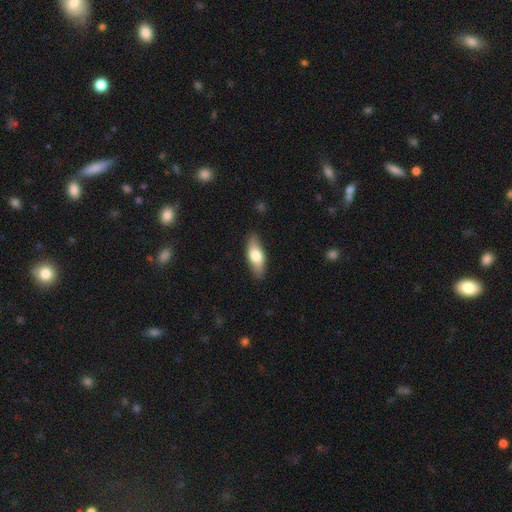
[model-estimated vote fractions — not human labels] Q: Smooth or featured?
A: smooth (69%); runner-up: featured or disk (26%)
Q: How rounded?
A: in between (72%); runner-up: cigar-shaped (26%)
Q: Merging?
A: none (86%); runner-up: minor disturbance (11%)